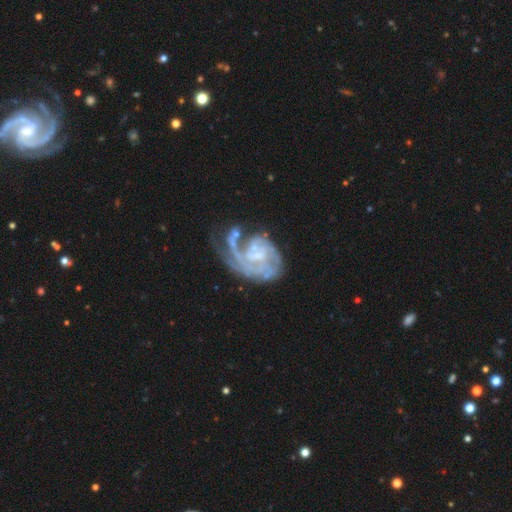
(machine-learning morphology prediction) Smooth or featured? featured or disk (85%)
Edge-on disk? no (98%)
Bar? no (52%)
Spiral arms? yes (91%)
Spiral winding? tight (46%)
Spiral arm count? can't tell (27%)
Bulge size? small (47%)
Merging? major disturbance (39%)